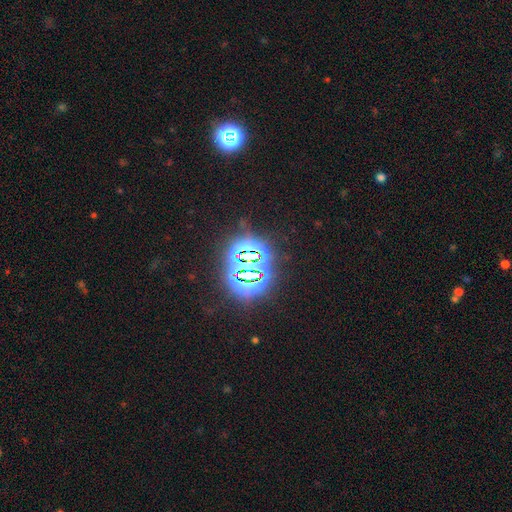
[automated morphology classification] Q: Smooth or featured?
A: star or artifact (80%); runner-up: smooth (12%)